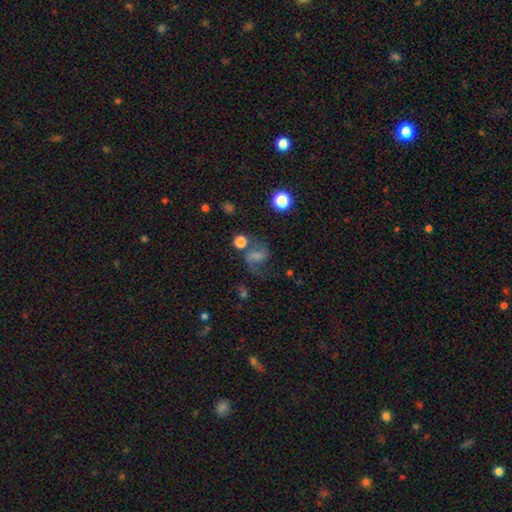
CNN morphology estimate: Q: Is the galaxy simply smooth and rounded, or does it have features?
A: featured or disk — 50%.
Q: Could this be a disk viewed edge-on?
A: no — 97%.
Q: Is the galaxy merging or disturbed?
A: none — 51%.